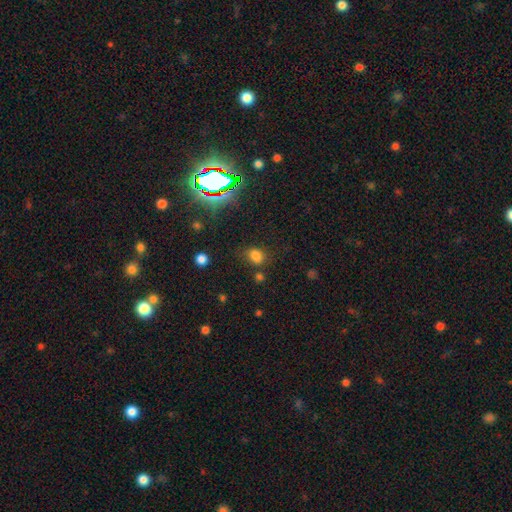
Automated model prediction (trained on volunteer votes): This is likely a smooth galaxy (73%). How rounded: possibly in between (59%). Merging: likely none (71%).